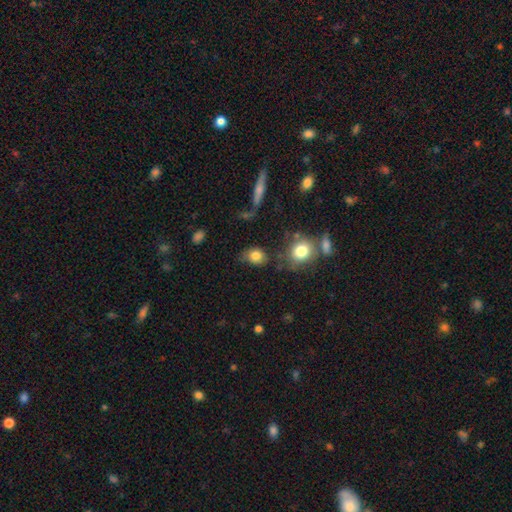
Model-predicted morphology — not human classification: This is clearly a smooth galaxy (81%). How rounded: possibly round (50%). Merging: possibly none (57%).